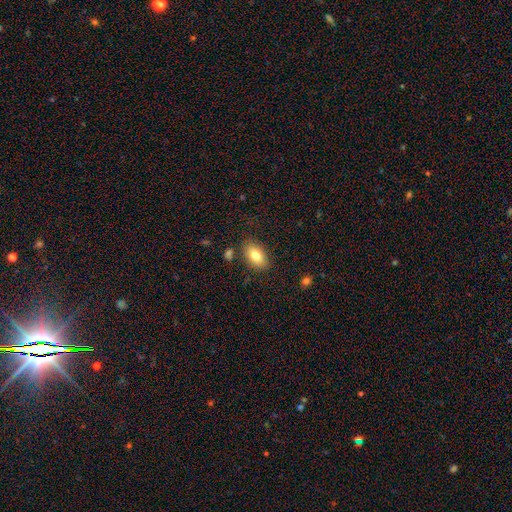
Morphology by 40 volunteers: type=smooth (75%); roundness=in between (87%); merging=none (82%).